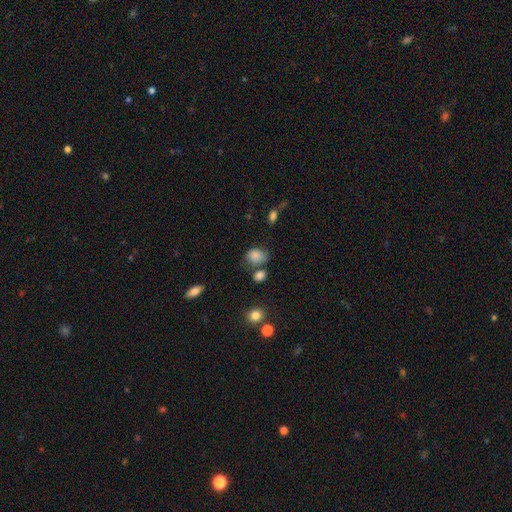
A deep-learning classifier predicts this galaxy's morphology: smooth-or-featured: smooth: 84% | star or artifact: 10% | featured or disk: 6%
  how-rounded: in between: 59% | round: 40% | cigar-shaped: 1%
  merging: none: 55% | minor disturbance: 22% | merger: 16% | major disturbance: 7%